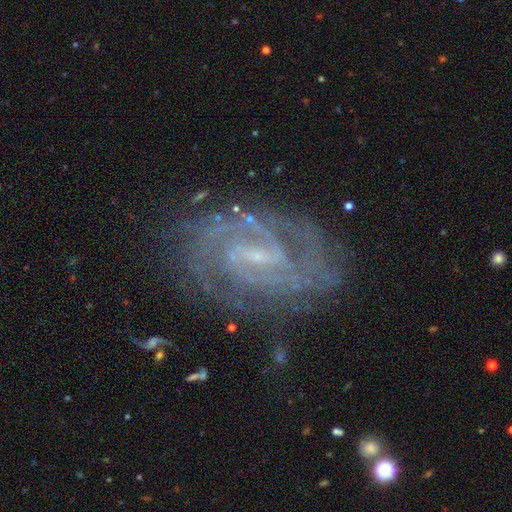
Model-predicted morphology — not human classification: This appears to be a featured or disk galaxy (89%) with a weak bar (49%), 2 (60%) tight (63%) spiral arms (98%) and a small central bulge (71%). Merging: none (79%).